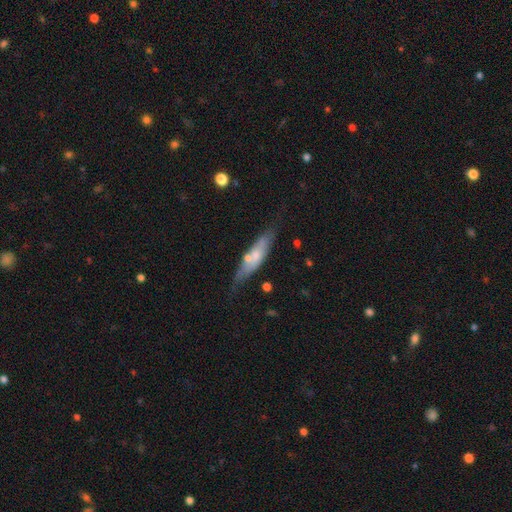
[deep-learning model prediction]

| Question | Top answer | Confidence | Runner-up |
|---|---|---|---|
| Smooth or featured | smooth | 47% | featured or disk (46%) |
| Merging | none | 66% | minor disturbance (21%) |